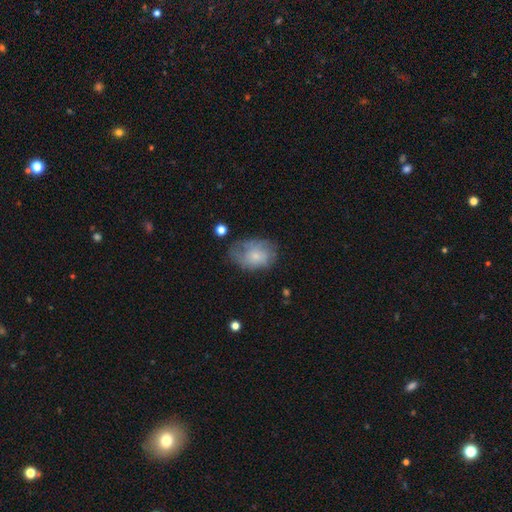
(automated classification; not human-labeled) This is possibly a smooth galaxy (59%). How rounded: likely in between (75%). Merging: possibly none (49%).